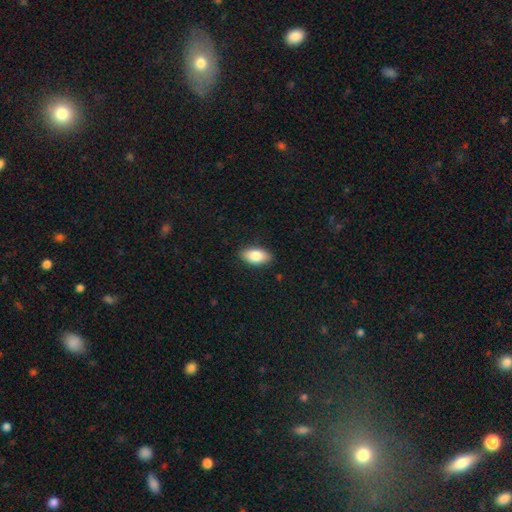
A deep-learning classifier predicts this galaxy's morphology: Q: Smooth or featured?
A: smooth (84%); runner-up: featured or disk (9%)
Q: How rounded?
A: in between (93%); runner-up: cigar-shaped (4%)
Q: Merging?
A: none (88%); runner-up: minor disturbance (9%)